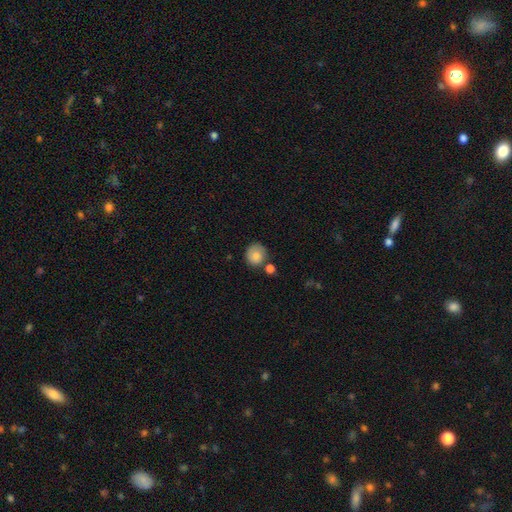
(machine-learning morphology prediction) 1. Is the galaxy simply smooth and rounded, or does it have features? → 83% smooth, 9% featured or disk, 8% star or artifact.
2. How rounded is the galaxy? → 85% round, 14% in between, 1% cigar-shaped.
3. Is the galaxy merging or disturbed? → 67% none, 16% minor disturbance, 13% merger, 4% major disturbance.